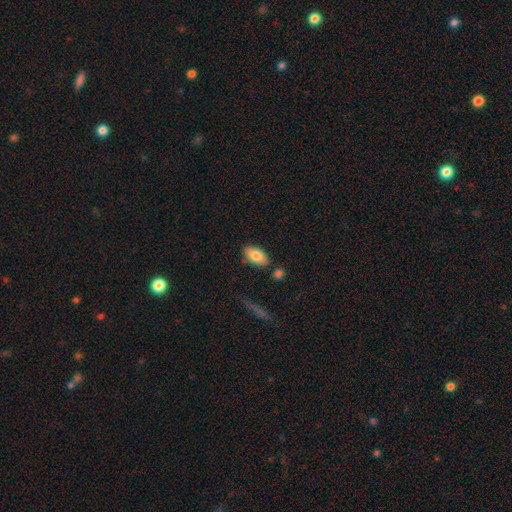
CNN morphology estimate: A smooth galaxy with no disk features (82%) that is in between round and cigar-shaped (93%). Merging: none (80%).